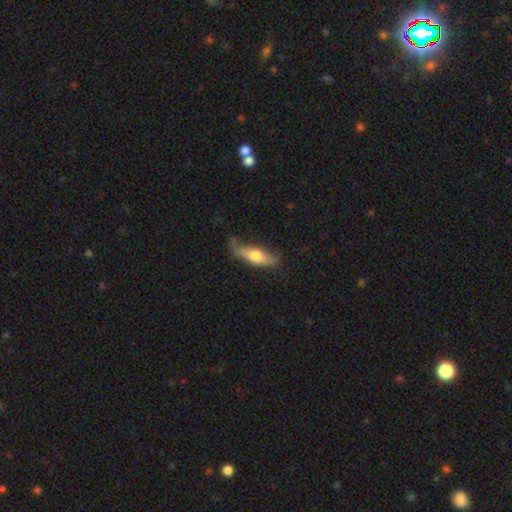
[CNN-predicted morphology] smooth 56%, featured or disk 38%, star or artifact 6%. Down the decision tree: how rounded — cigar-shaped (57%); merging — none (67%).